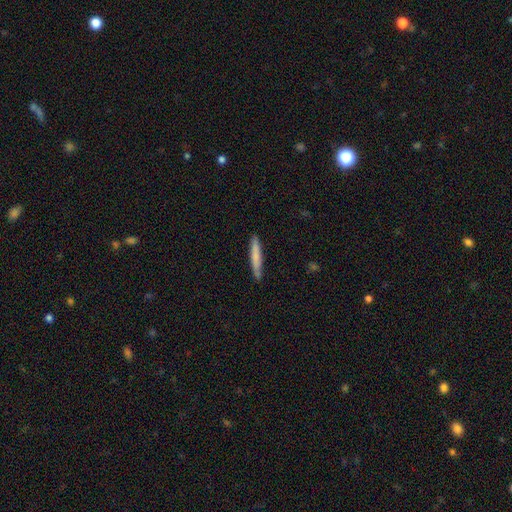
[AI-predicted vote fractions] smooth 73%, featured or disk 21%, star or artifact 5%. Down the decision tree: how rounded — cigar-shaped (95%); merging — none (83%).